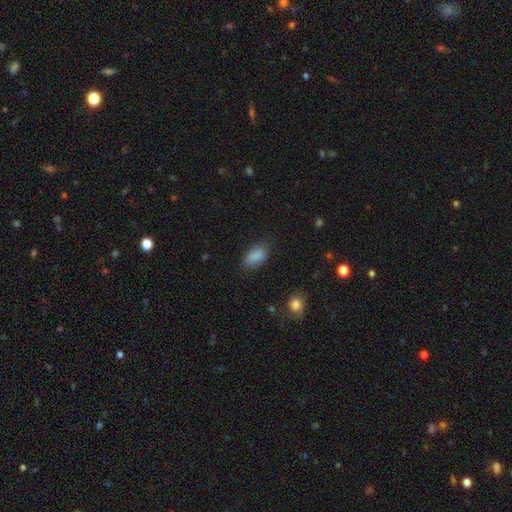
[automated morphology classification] Smooth or featured?
  - smooth: 86% *
  - star or artifact: 9%
  - featured or disk: 5%
How rounded?
  - in between: 90% *
  - round: 6%
  - cigar-shaped: 4%
Merging?
  - none: 75% *
  - minor disturbance: 19%
  - major disturbance: 5%
  - merger: 2%